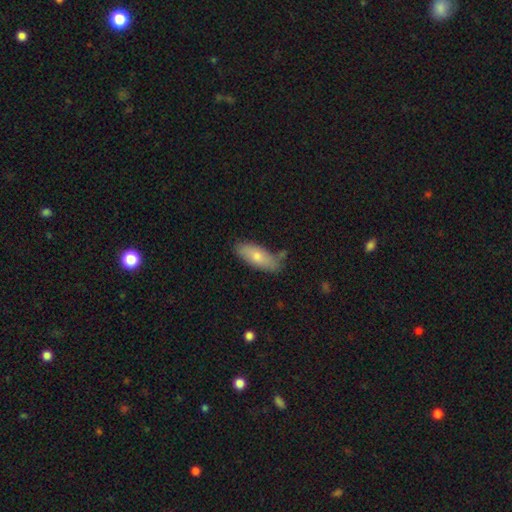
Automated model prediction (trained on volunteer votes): The model was most divided on "how rounded": in between: 74%, cigar-shaped: 24%, round: 2%. More confident: merging — none (74%); smooth or featured — smooth (72%).